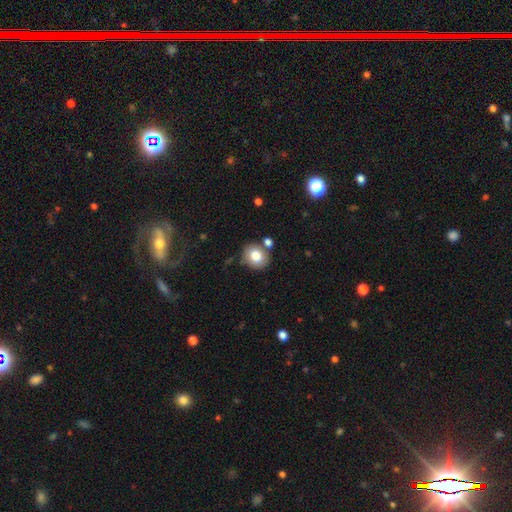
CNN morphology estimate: type=smooth (80%); roundness=round (76%); merging=none (75%).